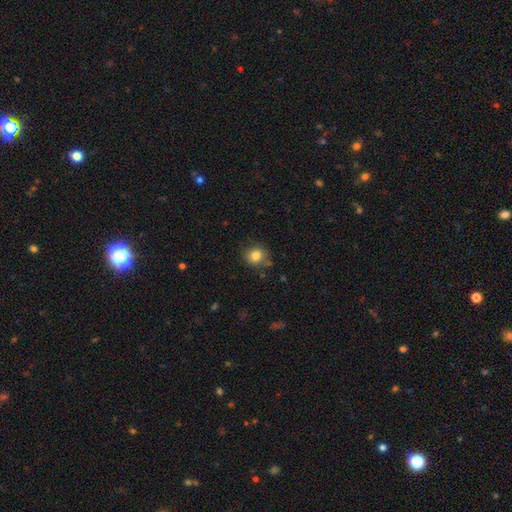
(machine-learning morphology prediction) Smooth or featured? smooth (82%)
How rounded? round (81%)
Merging? none (80%)